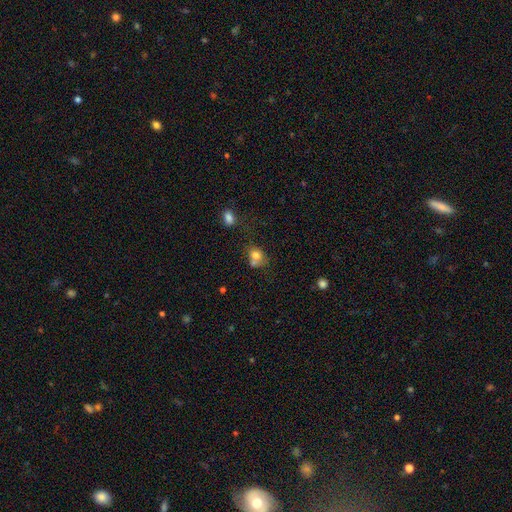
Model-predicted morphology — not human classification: Smooth or featured: smooth — 74% (featured or disk — 14%)
How rounded: round — 57% (in between — 42%)
Merging: merger — 36% (tied with none — 36%)